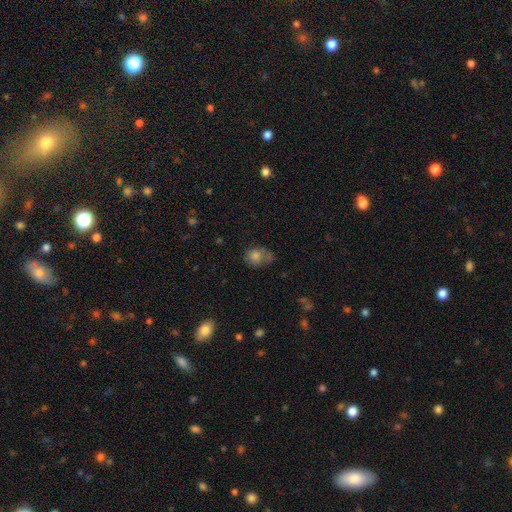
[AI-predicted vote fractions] A smooth galaxy with no disk features (72%) that is round (54%).

Vote fractions:
- Smooth or featured? smooth: 72% / featured or disk: 16% / star or artifact: 12%
- How rounded? round: 54% / in between: 44% / cigar-shaped: 1%
- Merging? none: 46% / minor disturbance: 27% / major disturbance: 16% / merger: 12%